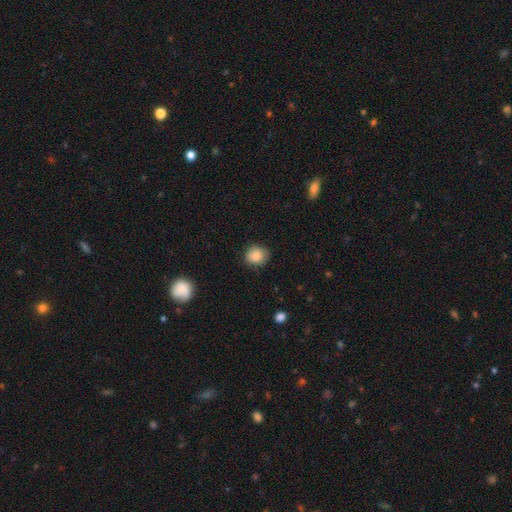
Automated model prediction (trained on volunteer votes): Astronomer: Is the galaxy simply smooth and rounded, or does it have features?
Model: smooth — 86%.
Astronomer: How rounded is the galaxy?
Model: round — 77%.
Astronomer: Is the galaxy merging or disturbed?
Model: none — 82%.